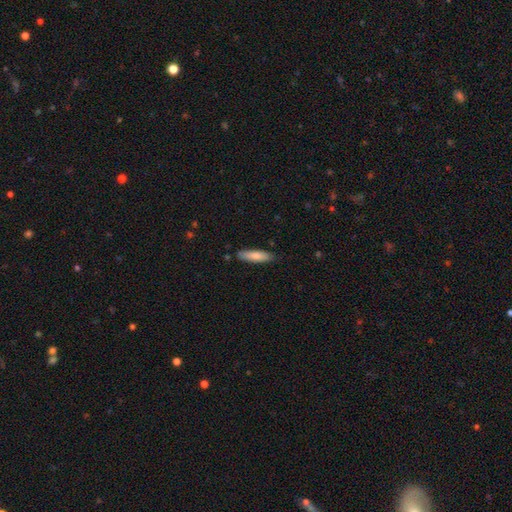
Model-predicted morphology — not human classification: This appears to be a smooth galaxy with no disk features (80%) that is cigar-shaped (70%). Merging: none (83%).